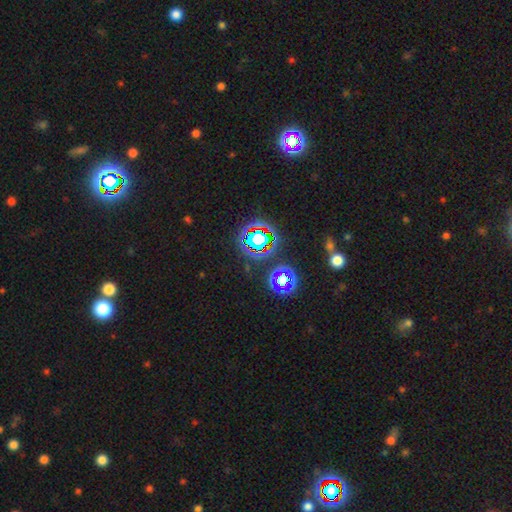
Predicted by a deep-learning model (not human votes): Smooth or featured?
  - star or artifact: 80% *
  - smooth: 13%
  - featured or disk: 7%